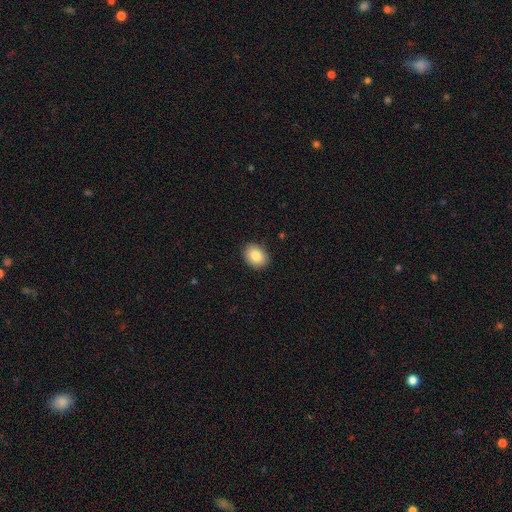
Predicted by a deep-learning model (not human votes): smooth-or-featured: smooth: 85% | star or artifact: 8% | featured or disk: 7%
  how-rounded: in between: 64% | round: 35% | cigar-shaped: 1%
  merging: none: 89% | minor disturbance: 8% | major disturbance: 2% | merger: 1%